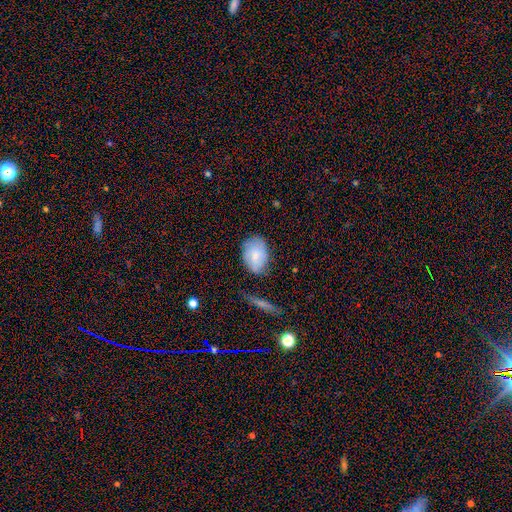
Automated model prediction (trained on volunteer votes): Q: Smooth or featured?
A: smooth (66%); runner-up: featured or disk (27%)
Q: How rounded?
A: in between (80%); runner-up: round (18%)
Q: Merging?
A: none (68%); runner-up: minor disturbance (23%)